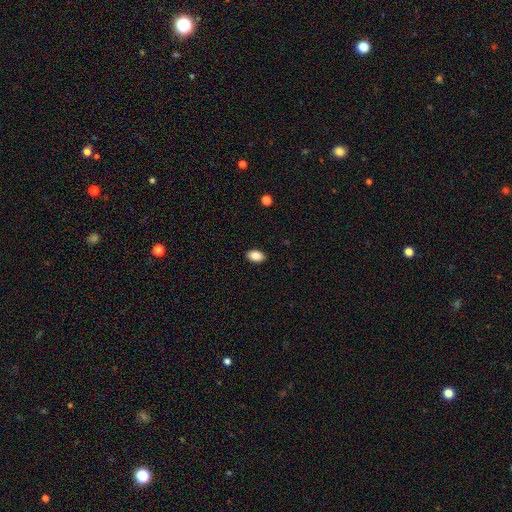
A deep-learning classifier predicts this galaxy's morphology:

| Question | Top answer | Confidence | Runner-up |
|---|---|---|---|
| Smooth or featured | smooth | 87% | star or artifact (8%) |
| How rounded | in between | 90% | round (8%) |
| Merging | none | 90% | minor disturbance (8%) |